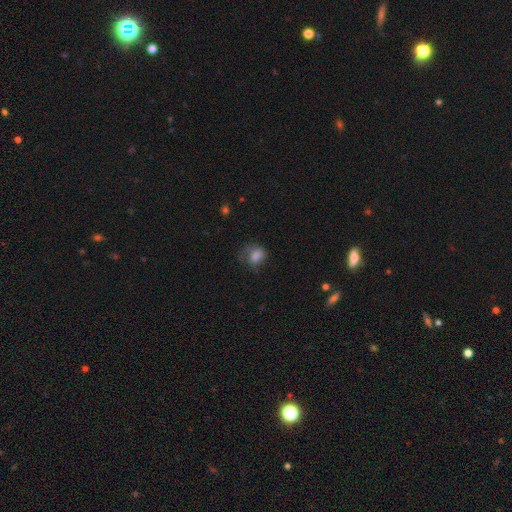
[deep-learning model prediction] This appears to be a smooth galaxy with no disk features (73%) that is in between round and cigar-shaped (50%). Merging: none (44%).